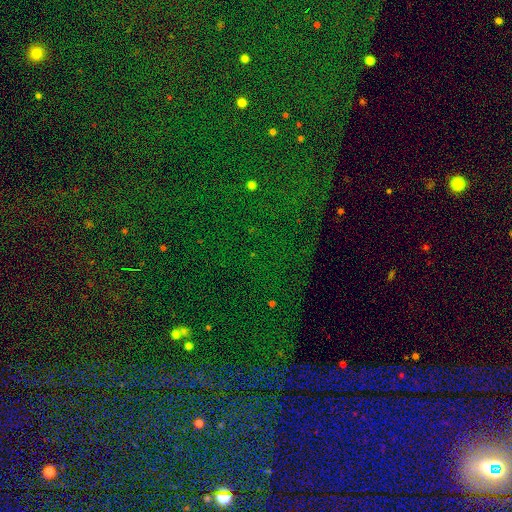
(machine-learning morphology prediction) smooth-or-featured: star or artifact: 83% | smooth: 9% | featured or disk: 8%